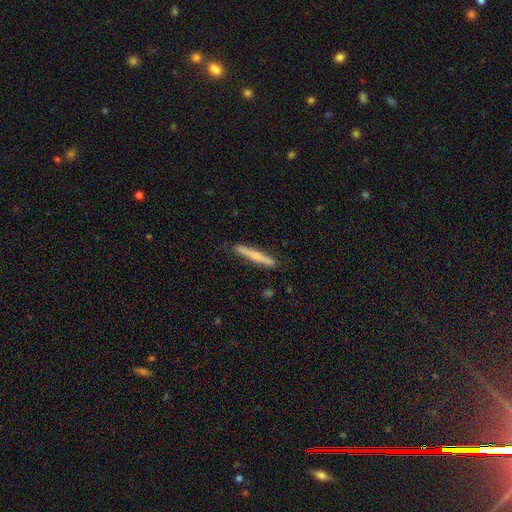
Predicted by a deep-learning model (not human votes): This appears to be a smooth galaxy with no disk features (53%) that is cigar-shaped (95%). Merging: none (87%).